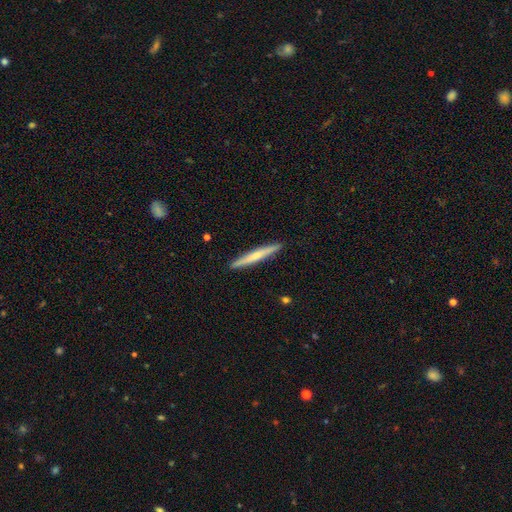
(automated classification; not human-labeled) Smooth or featured? smooth (54%)
How rounded? cigar-shaped (96%)
Merging? none (92%)